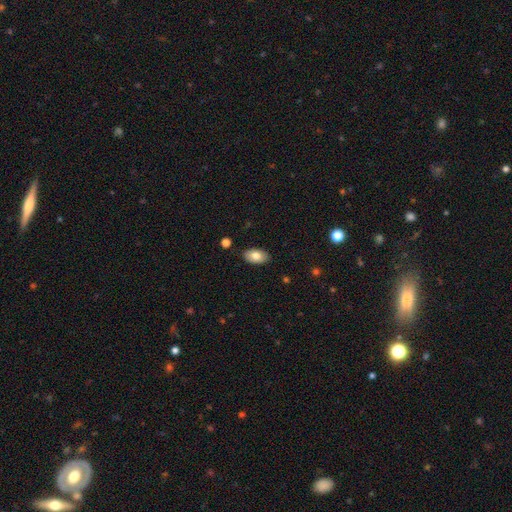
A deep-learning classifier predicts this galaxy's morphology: The model was most divided on "smooth or featured": smooth: 78%, featured or disk: 15%, star or artifact: 7%. More confident: how rounded — in between (94%); merging — none (87%).